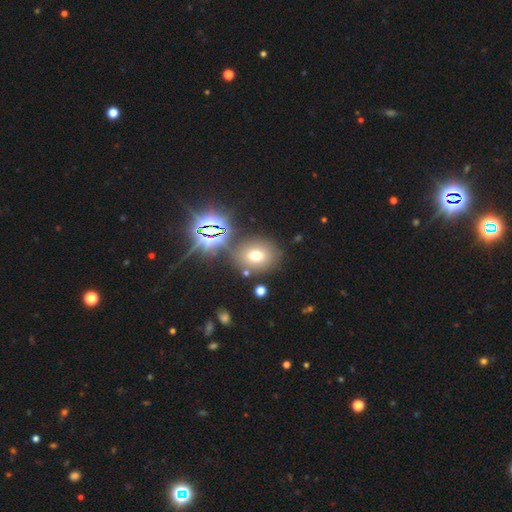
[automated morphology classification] Smooth or featured? smooth (62%)
How rounded? round (55%)
Merging? none (77%)